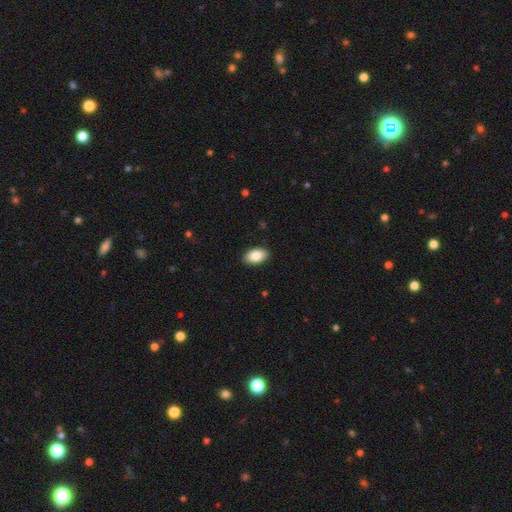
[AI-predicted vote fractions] The model was most divided on "smooth or featured": smooth: 85%, featured or disk: 8%, star or artifact: 7%. More confident: how rounded — in between (93%); merging — none (90%).